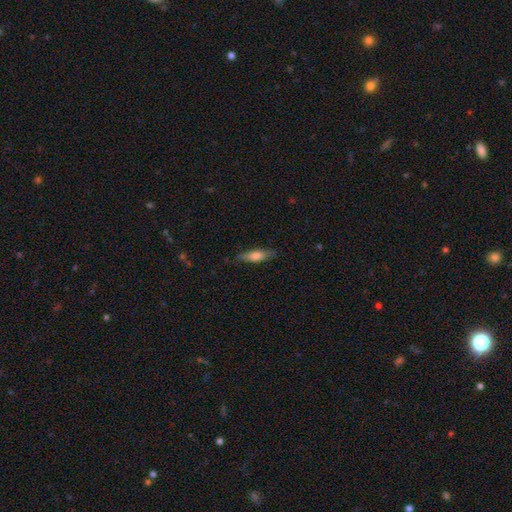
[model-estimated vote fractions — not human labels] The model was most divided on "how rounded": cigar-shaped: 59%, in between: 39%, round: 2%. More confident: merging — none (81%); smooth or featured — smooth (69%).